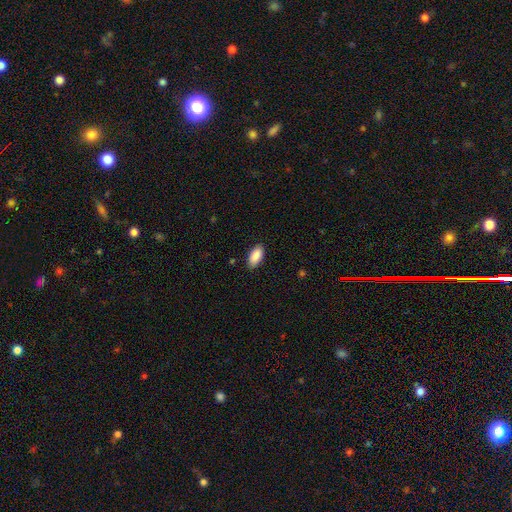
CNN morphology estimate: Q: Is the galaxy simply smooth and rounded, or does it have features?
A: smooth — 90%.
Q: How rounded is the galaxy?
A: in between — 92%.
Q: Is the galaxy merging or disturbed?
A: none — 87%.